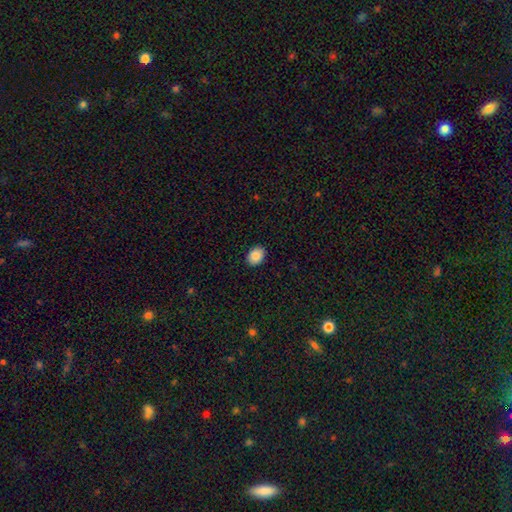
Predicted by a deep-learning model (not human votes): A smooth galaxy with no disk features (87%) that is in between round and cigar-shaped (71%). Merging: none (91%).